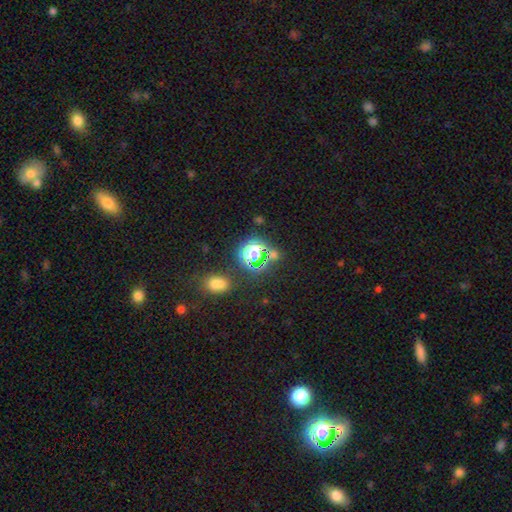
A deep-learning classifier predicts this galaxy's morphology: smooth-or-featured: star or artifact: 64% | smooth: 27% | featured or disk: 9%